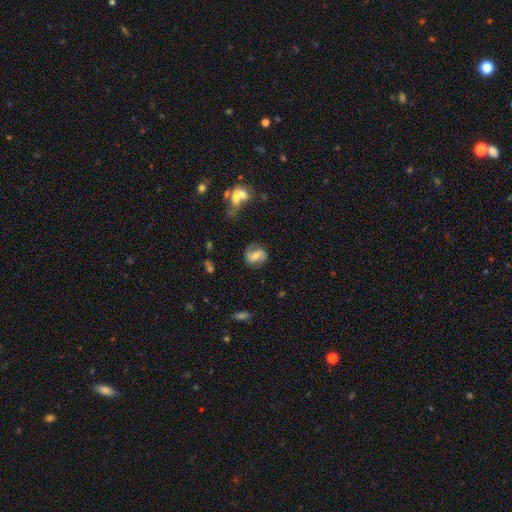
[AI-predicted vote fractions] Smooth or featured? Predicted: featured or disk (p=0.57). Edge-on disk? Predicted: no (p=0.97). Bar? Predicted: weak (p=0.44). Spiral arms? Predicted: yes (p=0.86). Bulge size? Predicted: moderate (p=0.48). Merging? Predicted: none (p=0.75).